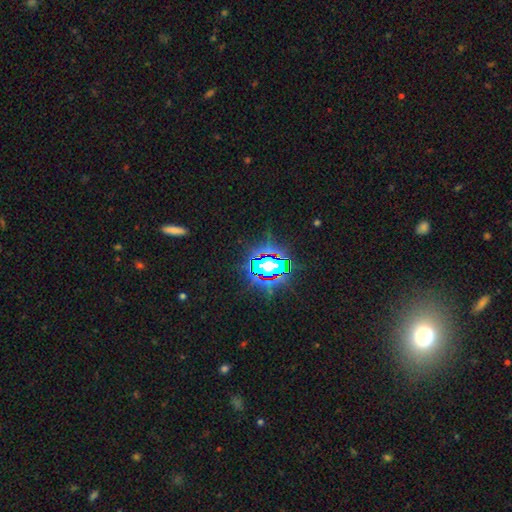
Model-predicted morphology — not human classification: smooth-or-featured: star or artifact: 74% | smooth: 14% | featured or disk: 12%